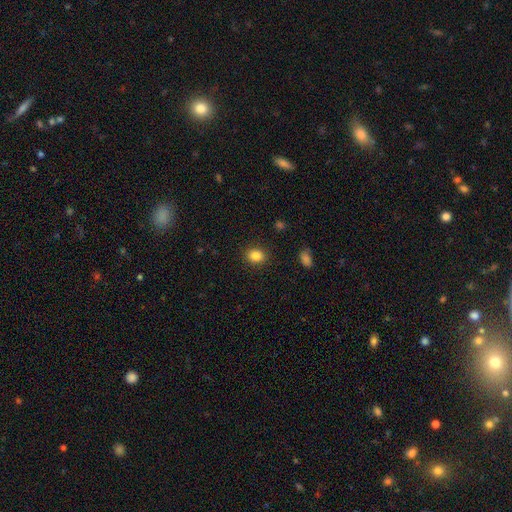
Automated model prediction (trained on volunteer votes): smooth_or_featured: smooth (p=0.84) [alt: star or artifact p=0.10]
how_rounded: round (p=0.52) [alt: in between p=0.47]
merging: none (p=0.90) [alt: minor disturbance p=0.07]